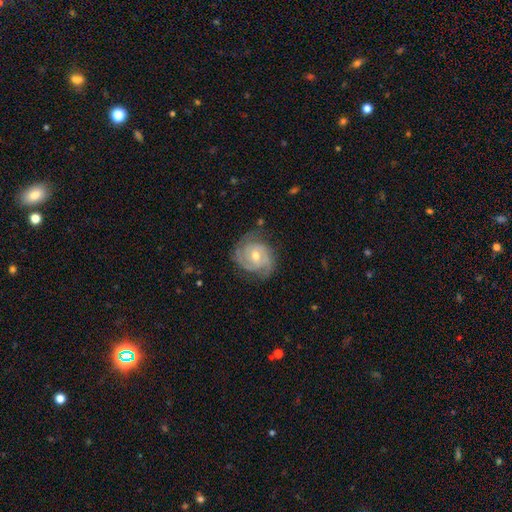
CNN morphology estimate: This appears to be a featured or disk galaxy (86%) with no bar (54%), 2 (44%) tight (62%) spiral arms (96%) and a moderate central bulge (63%). Merging: none (73%).